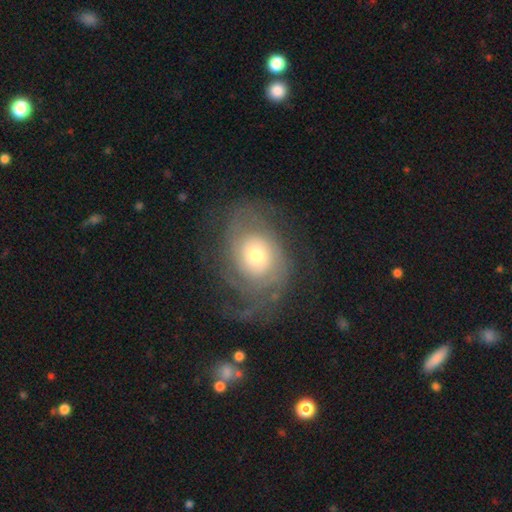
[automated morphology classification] Overall: featured or disk (73%). Edge-on disk: no (96%). Bar: no (82%). Spiral arms: yes (84%). Spiral arm count: can't tell (40%; 2 31%). Spiral winding: tight (56%; medium 30%). Bulge size: moderate (58%; small 29%). Merging: none (61%).